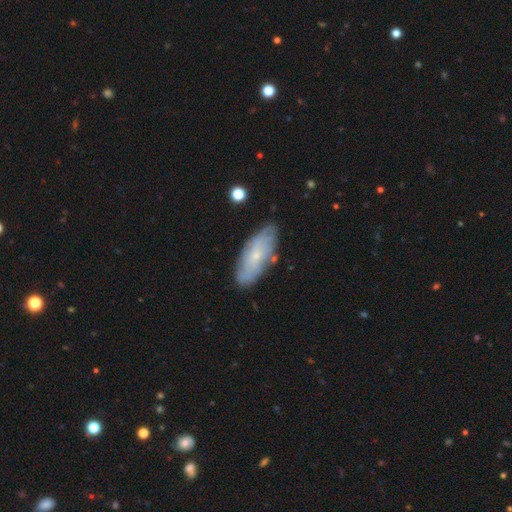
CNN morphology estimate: This is possibly a smooth galaxy (47%). Merging: likely none (77%).